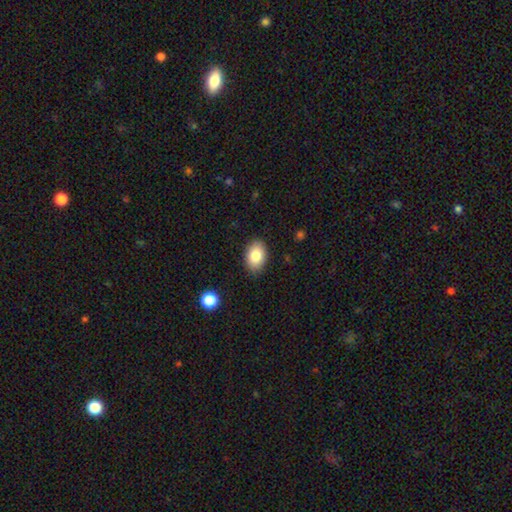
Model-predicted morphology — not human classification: Q: Smooth or featured?
A: smooth (83%); runner-up: featured or disk (9%)
Q: How rounded?
A: in between (86%); runner-up: round (13%)
Q: Merging?
A: none (87%); runner-up: minor disturbance (10%)